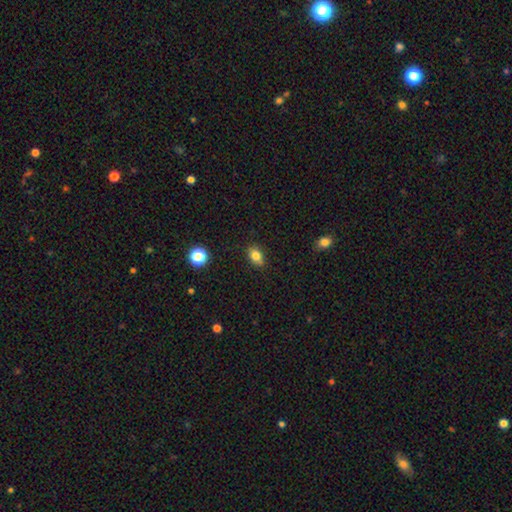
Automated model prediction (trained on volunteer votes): Smooth or featured?
  - smooth: 82% *
  - star or artifact: 11%
  - featured or disk: 7%
How rounded?
  - in between: 73% *
  - round: 25%
  - cigar-shaped: 2%
Merging?
  - none: 82% *
  - minor disturbance: 14%
  - major disturbance: 2%
  - merger: 2%